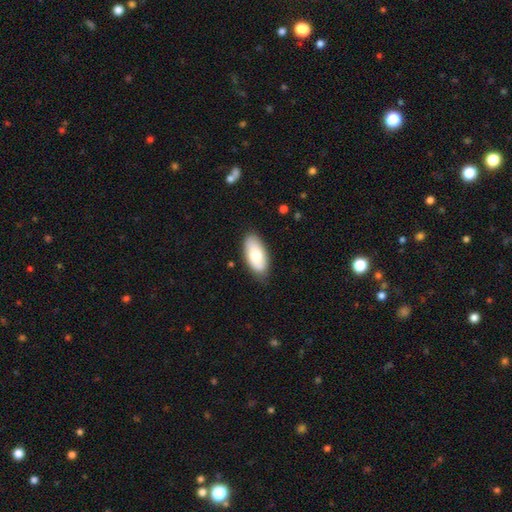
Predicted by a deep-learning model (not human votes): A smooth galaxy with no disk features (75%) that is in between round and cigar-shaped (91%). Merging: none (82%).